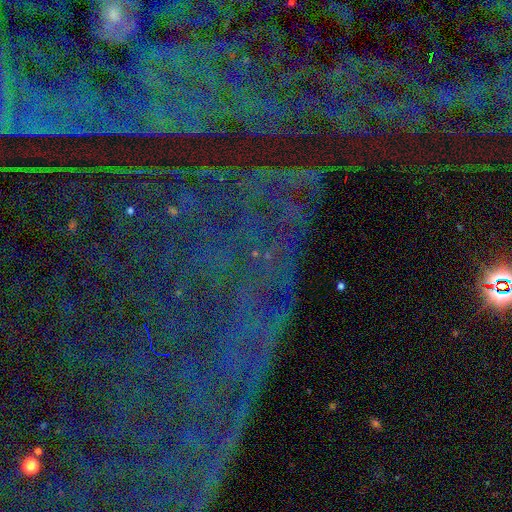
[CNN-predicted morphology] A star or artifact, not a galaxy (83%).